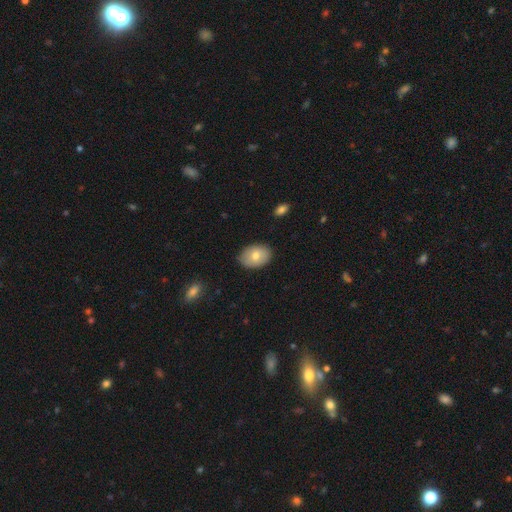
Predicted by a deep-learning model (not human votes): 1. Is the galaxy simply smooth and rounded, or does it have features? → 75% smooth, 18% featured or disk, 7% star or artifact.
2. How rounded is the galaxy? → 79% in between, 20% round, 1% cigar-shaped.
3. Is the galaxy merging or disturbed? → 83% none, 14% minor disturbance, 2% major disturbance, 1% merger.